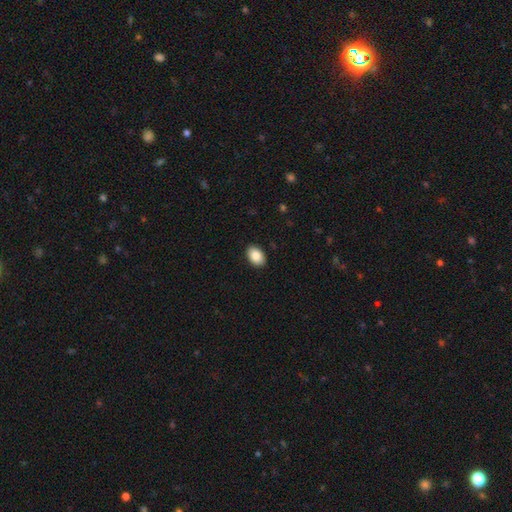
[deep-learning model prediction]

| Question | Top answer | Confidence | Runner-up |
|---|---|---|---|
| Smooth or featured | smooth | 88% | star or artifact (7%) |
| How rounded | in between | 90% | round (9%) |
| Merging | none | 90% | minor disturbance (7%) |